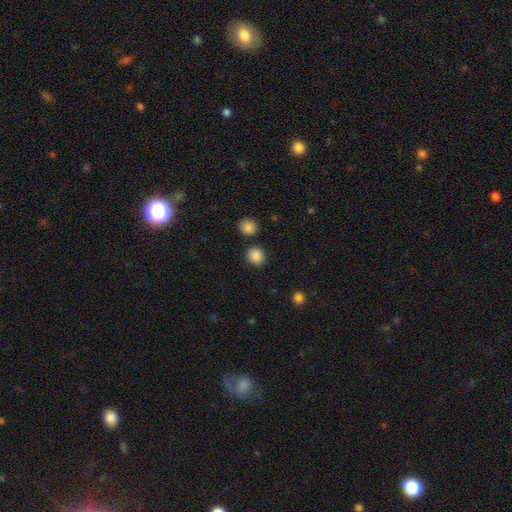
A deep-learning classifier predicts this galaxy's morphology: smooth_or_featured: smooth (p=0.87) [alt: star or artifact p=0.10]
how_rounded: round (p=0.86) [alt: in between p=0.13]
merging: none (p=0.86) [alt: minor disturbance p=0.07]